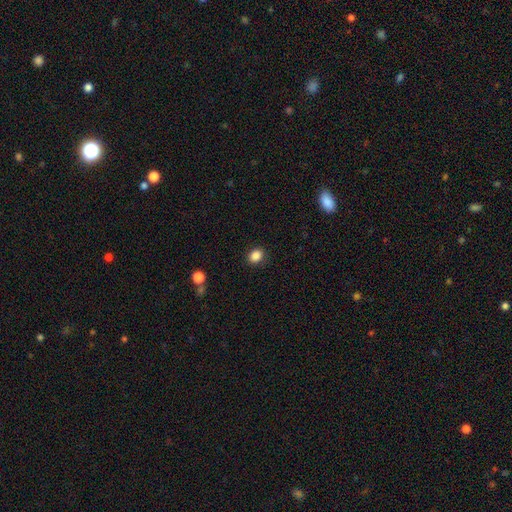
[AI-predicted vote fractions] smooth_or_featured: smooth (p=0.86) [alt: star or artifact p=0.10]
how_rounded: round (p=0.54) [alt: in between p=0.45]
merging: none (p=0.89) [alt: minor disturbance p=0.08]